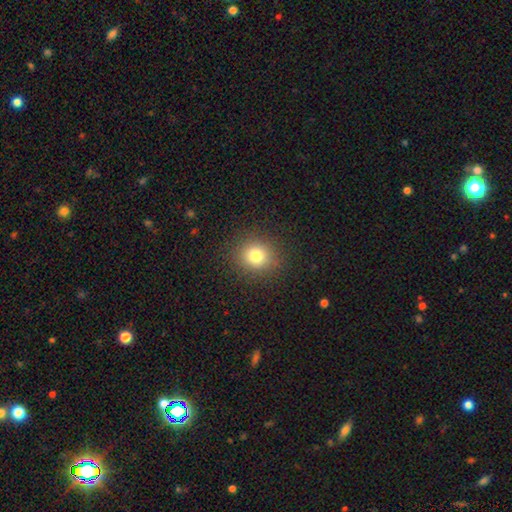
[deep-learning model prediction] Smooth or featured? Predicted: smooth (p=0.78). How rounded? Predicted: round (p=0.86). Merging? Predicted: none (p=0.89).